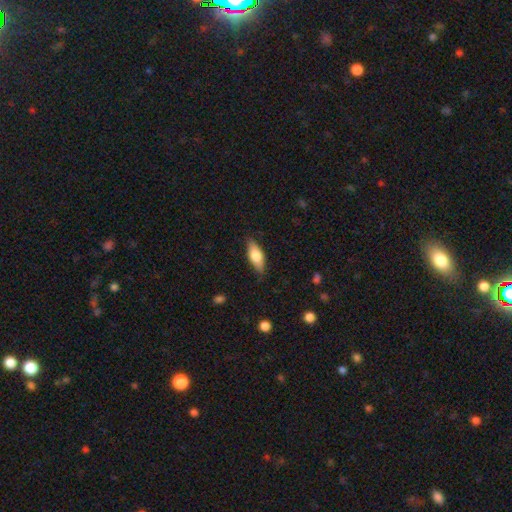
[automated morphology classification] smooth_or_featured: smooth (p=0.70) [alt: featured or disk p=0.24]
how_rounded: in between (p=0.73) [alt: cigar-shaped p=0.24]
merging: none (p=0.82) [alt: minor disturbance p=0.14]